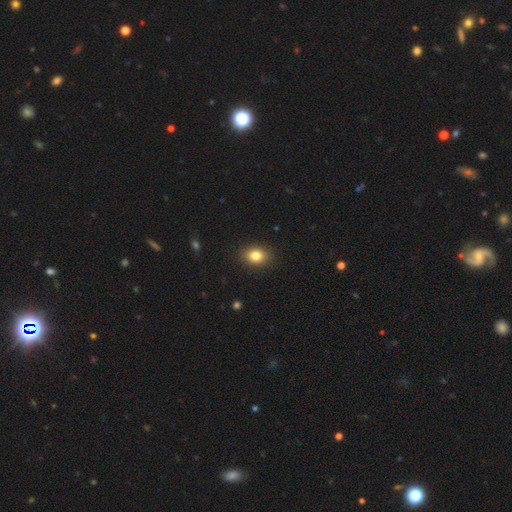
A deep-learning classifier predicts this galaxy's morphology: Overall: smooth (83%). How rounded: in between (63%; round 36%). Merging: none (89%).